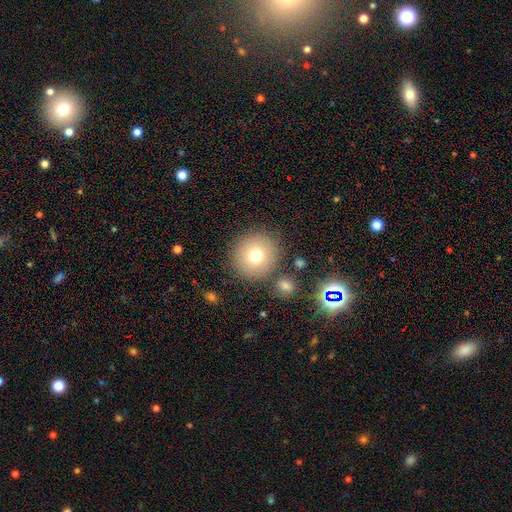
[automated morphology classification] type=smooth (74%); roundness=round (94%); merging=none (83%).